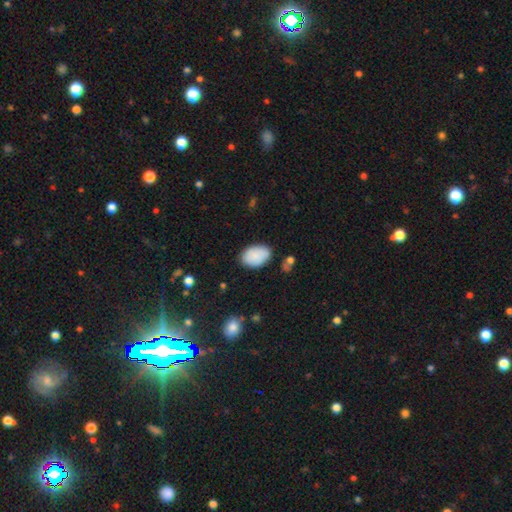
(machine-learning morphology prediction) Smooth or featured?
  - smooth: 88% *
  - star or artifact: 7%
  - featured or disk: 6%
How rounded?
  - in between: 90% *
  - round: 9%
  - cigar-shaped: 1%
Merging?
  - none: 80% *
  - minor disturbance: 14%
  - major disturbance: 3%
  - merger: 2%